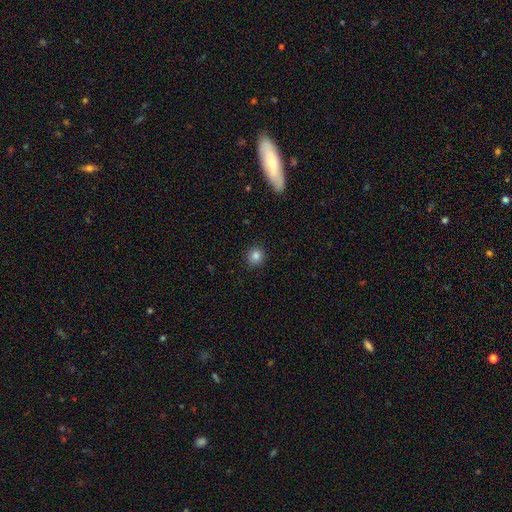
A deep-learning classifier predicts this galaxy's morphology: type=smooth (84%); roundness=round (84%); merging=none (89%).